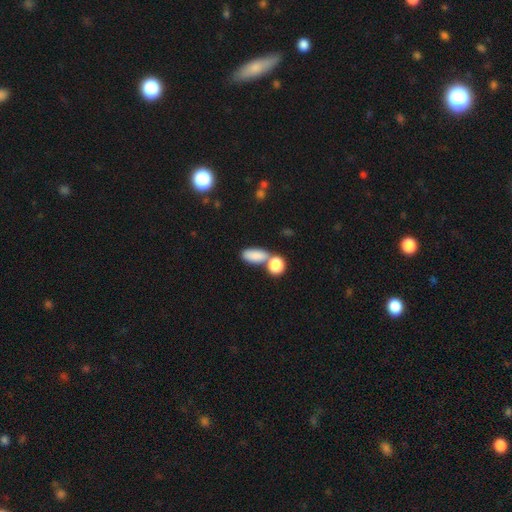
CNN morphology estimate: A smooth galaxy with no disk features (85%) that is in between round and cigar-shaped (85%).

Vote fractions:
- Smooth or featured? smooth: 85% / star or artifact: 8% / featured or disk: 7%
- How rounded? in between: 85% / cigar-shaped: 8% / round: 7%
- Merging? none: 50% / merger: 34% / minor disturbance: 11% / major disturbance: 5%